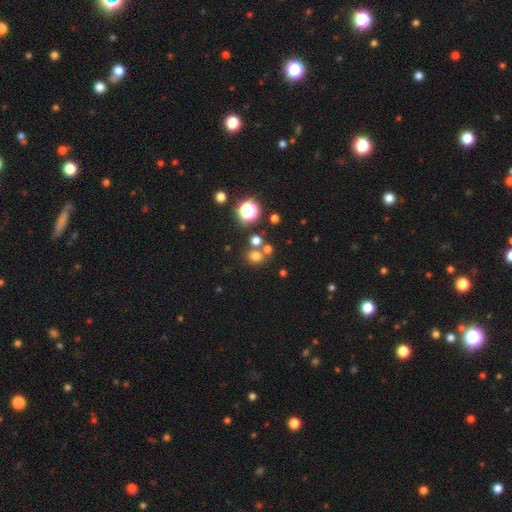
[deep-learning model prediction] This appears to be a smooth galaxy with no disk features (69%) that is round (83%). Merging: none (69%).